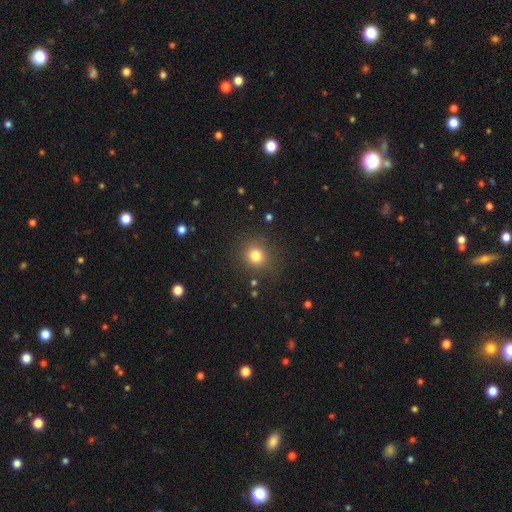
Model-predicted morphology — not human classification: A smooth galaxy with no disk features (79%) that is round (89%).

Vote fractions:
- Smooth or featured? smooth: 79% / star or artifact: 15% / featured or disk: 6%
- How rounded? round: 89% / in between: 10% / cigar-shaped: 1%
- Merging? none: 87% / minor disturbance: 8% / major disturbance: 3% / merger: 2%